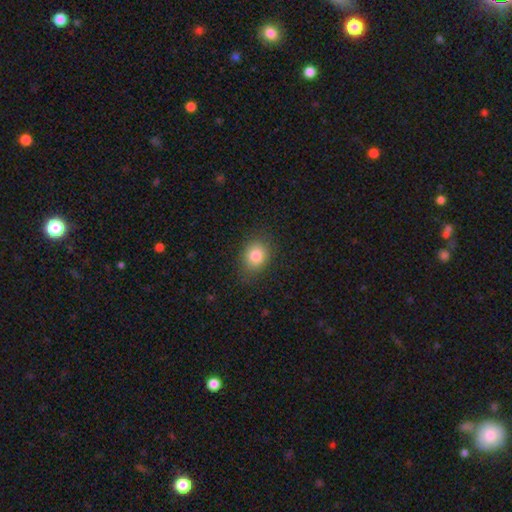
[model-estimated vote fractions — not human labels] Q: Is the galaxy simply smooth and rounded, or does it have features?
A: smooth — 83%.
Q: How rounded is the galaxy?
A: round — 50%.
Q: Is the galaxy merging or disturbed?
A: none — 80%.